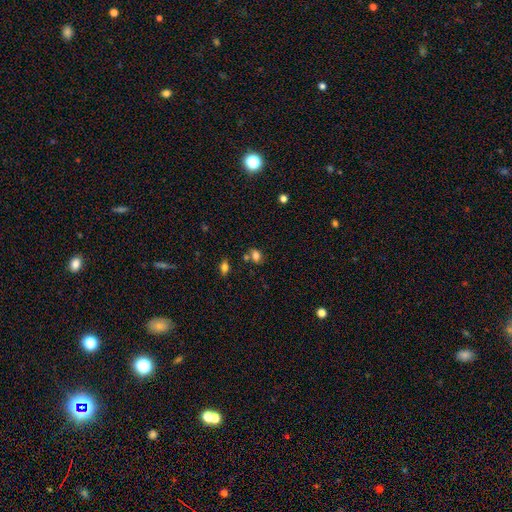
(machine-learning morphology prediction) smooth 75%, star or artifact 13%, featured or disk 12%. Down the decision tree: how rounded — in between (66%); merging — none (58%).